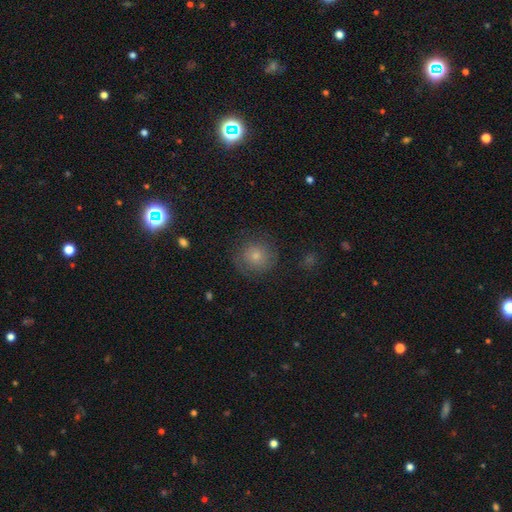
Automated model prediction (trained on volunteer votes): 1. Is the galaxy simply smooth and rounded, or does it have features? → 50% smooth, 25% featured or disk, 24% star or artifact.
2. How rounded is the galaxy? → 91% round, 8% in between, 1% cigar-shaped.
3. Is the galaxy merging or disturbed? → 81% none, 12% minor disturbance, 6% major disturbance, 1% merger.